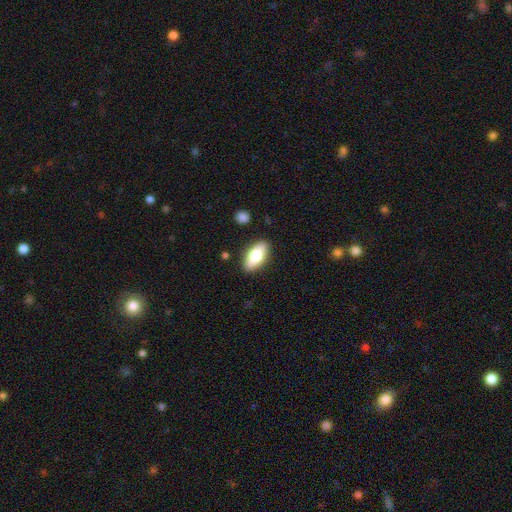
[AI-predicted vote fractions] Smooth or featured: smooth — 75% (featured or disk — 19%)
How rounded: in between — 88% (cigar-shaped — 9%)
Merging: none — 87% (minor disturbance — 9%)